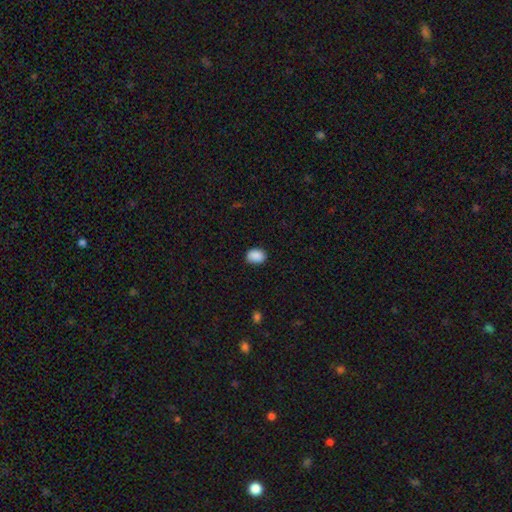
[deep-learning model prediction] A smooth galaxy with no disk features (89%) that is in between round and cigar-shaped (68%). Merging: none (84%).